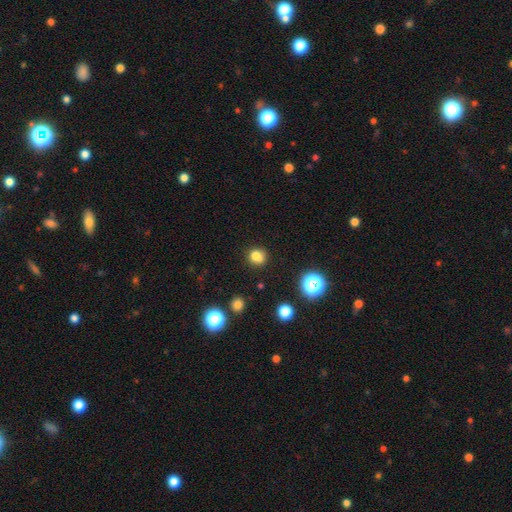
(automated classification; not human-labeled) Smooth or featured?
  - smooth: 77% *
  - star or artifact: 15%
  - featured or disk: 7%
How rounded?
  - round: 79% *
  - in between: 20%
  - cigar-shaped: 1%
Merging?
  - none: 74% *
  - minor disturbance: 15%
  - merger: 7%
  - major disturbance: 4%